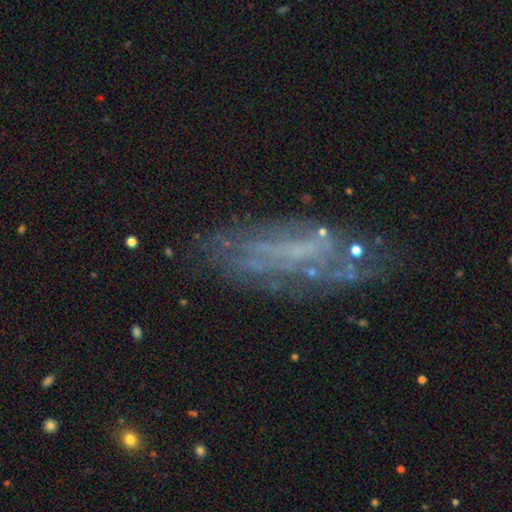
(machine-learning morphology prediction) The model was most divided on "spiral arms": no: 60%, yes: 40%. More confident: edge-on disk — no (84%); bulge size — none (68%); bar — no (67%); smooth or featured — featured or disk (64%); merging — none (58%).